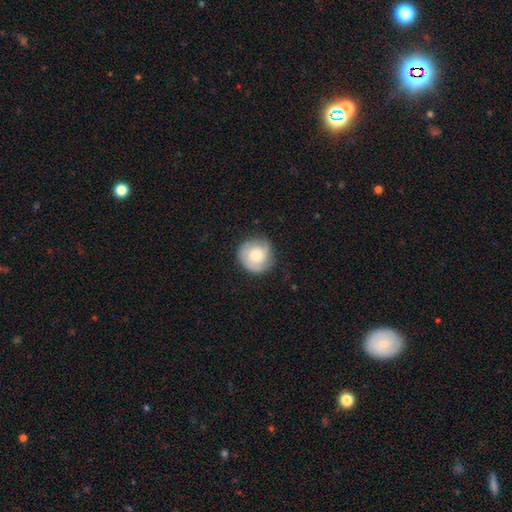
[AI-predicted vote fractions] Overall: smooth (53%; featured or disk 40%). How rounded: round (91%). Merging: none (74%).